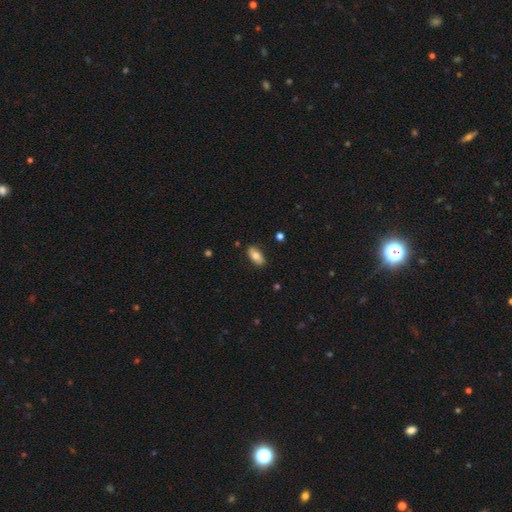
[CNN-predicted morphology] Smooth or featured: smooth — 74% (featured or disk — 19%)
How rounded: in between — 90% (cigar-shaped — 7%)
Merging: none — 85% (minor disturbance — 11%)